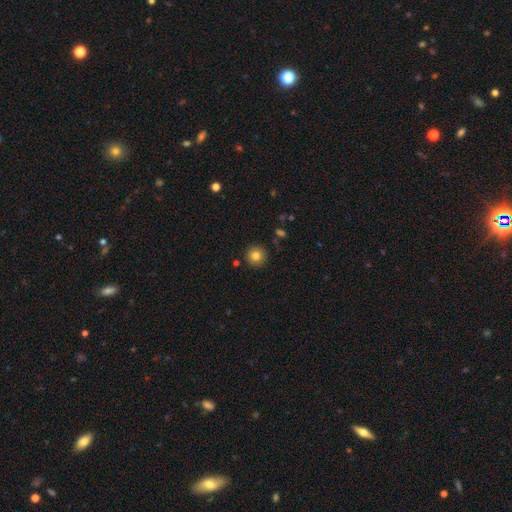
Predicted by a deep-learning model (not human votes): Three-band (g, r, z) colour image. It shows a smooth galaxy with no disk features (82%) that is round (95%). Merging: none (90%).